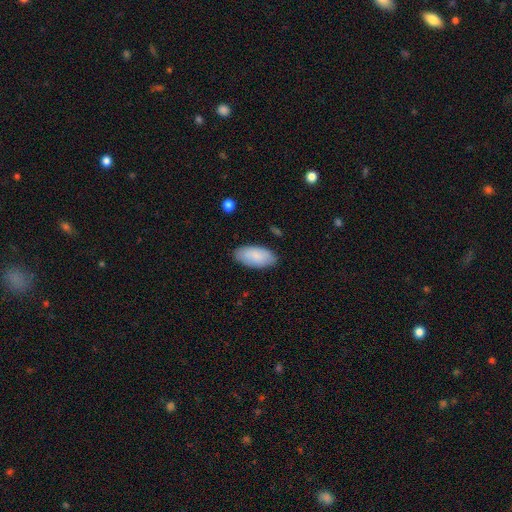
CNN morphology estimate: The model was most divided on "merging": none: 84%, minor disturbance: 13%, major disturbance: 2%, merger: 1%. More confident: how rounded — in between (94%); smooth or featured — smooth (83%).